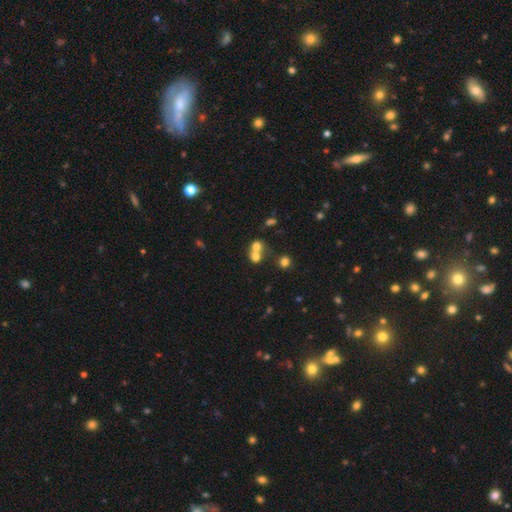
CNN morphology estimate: The model was most divided on "merging": merger: 61%, none: 30%, minor disturbance: 5%, major disturbance: 3%. More confident: how rounded — round (73%); smooth or featured — smooth (69%).